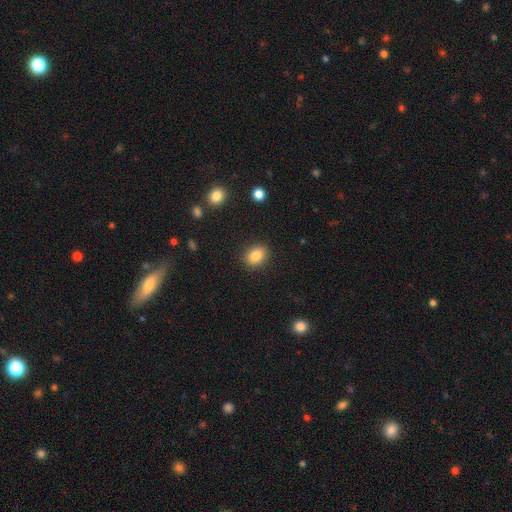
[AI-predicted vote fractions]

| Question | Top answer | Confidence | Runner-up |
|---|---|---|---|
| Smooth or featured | smooth | 85% | star or artifact (9%) |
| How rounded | in between | 69% | round (30%) |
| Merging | none | 88% | minor disturbance (8%) |